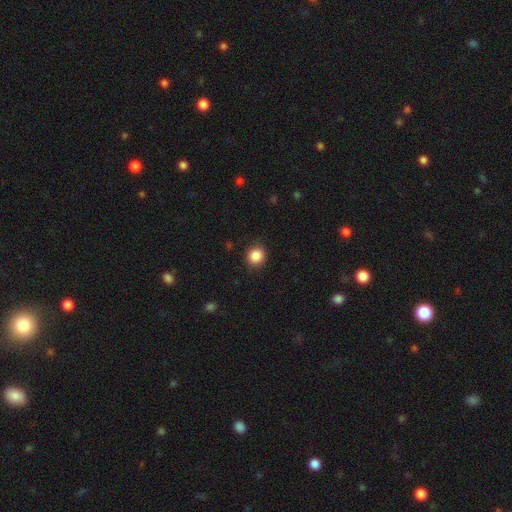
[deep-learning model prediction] A smooth galaxy with no disk features (87%) that is round (89%). Merging: none (89%).